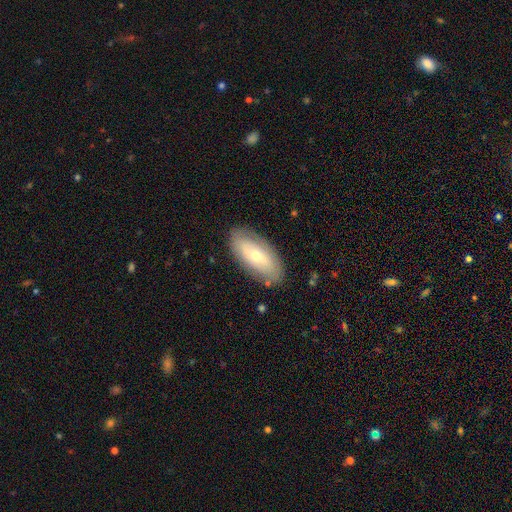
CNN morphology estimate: Q: Smooth or featured?
A: smooth (51%); runner-up: featured or disk (43%)
Q: How rounded?
A: in between (87%); runner-up: cigar-shaped (10%)
Q: Merging?
A: none (83%); runner-up: minor disturbance (12%)